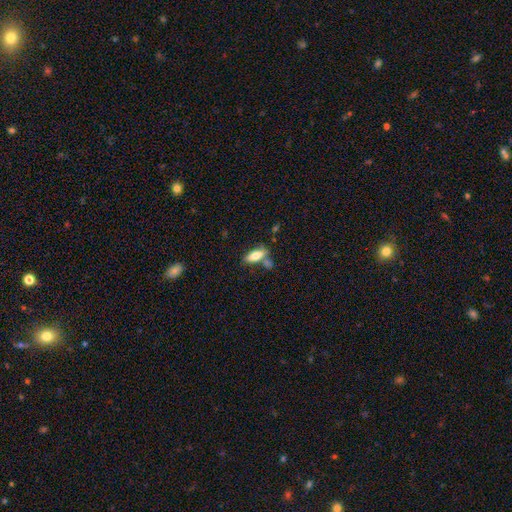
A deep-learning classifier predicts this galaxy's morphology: type=smooth (73%); roundness=in between (68%); merging=none (58%).